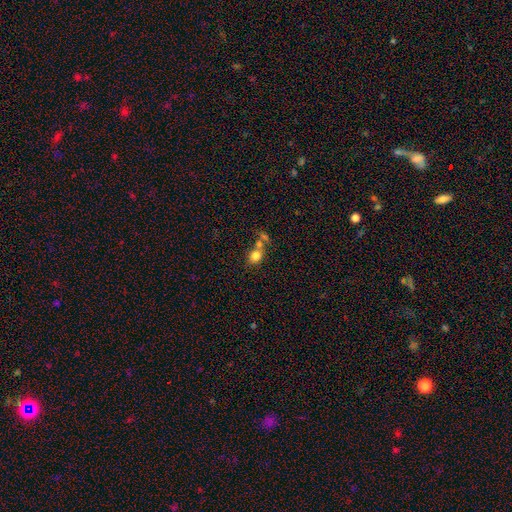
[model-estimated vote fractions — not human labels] A smooth galaxy with no disk features (80%) that is round (50%).

Vote fractions:
- Smooth or featured? smooth: 80% / star or artifact: 10% / featured or disk: 10%
- How rounded? round: 50% / in between: 49% / cigar-shaped: 1%
- Merging? none: 48% / merger: 34% / minor disturbance: 12% / major disturbance: 6%